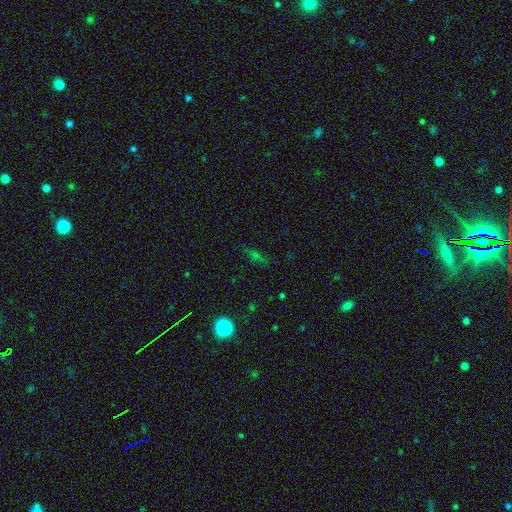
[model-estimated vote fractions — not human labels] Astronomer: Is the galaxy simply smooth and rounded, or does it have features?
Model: star or artifact — 46% (runner-up: smooth, 34%).